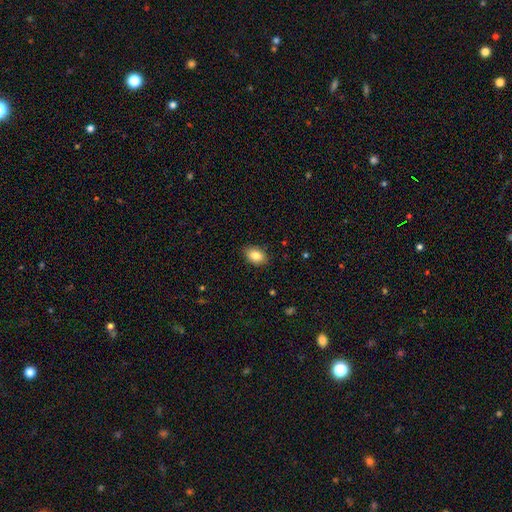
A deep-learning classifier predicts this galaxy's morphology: smooth_or_featured: smooth (p=0.84) [alt: featured or disk p=0.08]
how_rounded: in between (p=0.85) [alt: round p=0.14]
merging: none (p=0.87) [alt: minor disturbance p=0.10]